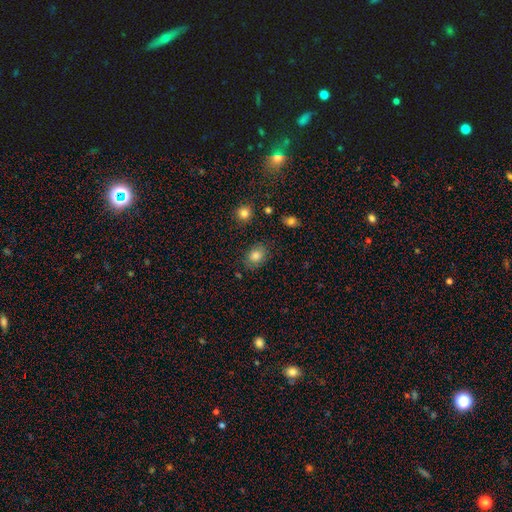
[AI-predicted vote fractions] Smooth or featured: smooth — 82% (star or artifact — 10%)
How rounded: in between — 59% (round — 40%)
Merging: none — 81% (minor disturbance — 13%)